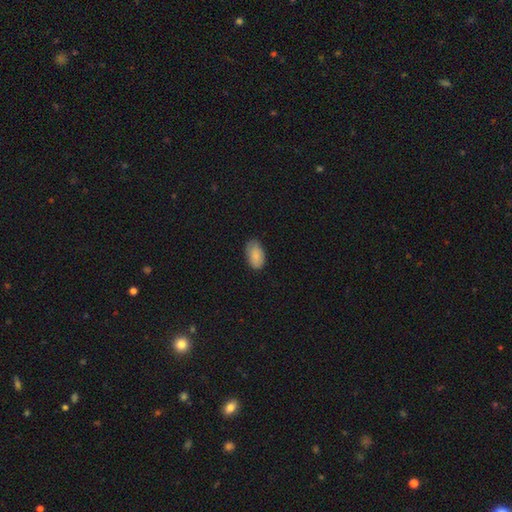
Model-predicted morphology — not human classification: This is clearly a smooth galaxy (86%). How rounded: clearly in between (94%). Merging: likely none (77%).